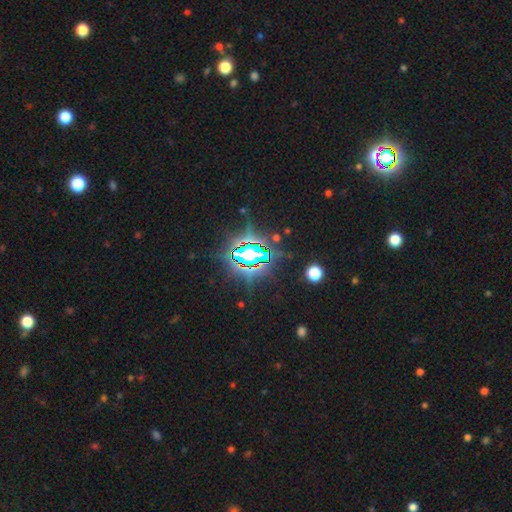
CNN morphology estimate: Smooth or featured?
  - star or artifact: 82% *
  - smooth: 10%
  - featured or disk: 7%